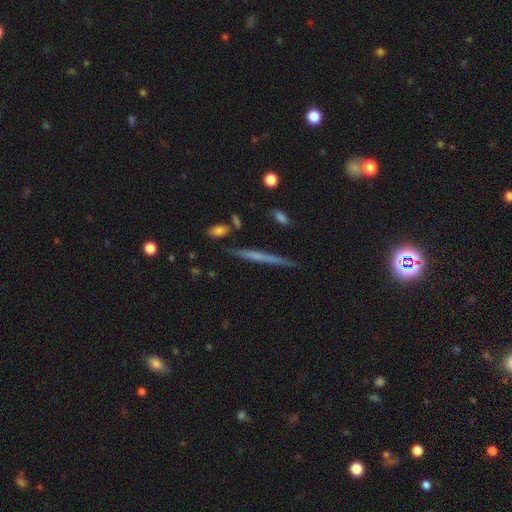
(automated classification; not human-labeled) featured or disk 52%, smooth 41%, star or artifact 8%. Down the decision tree: edge-on disk — yes (95%); merging — none (83%).